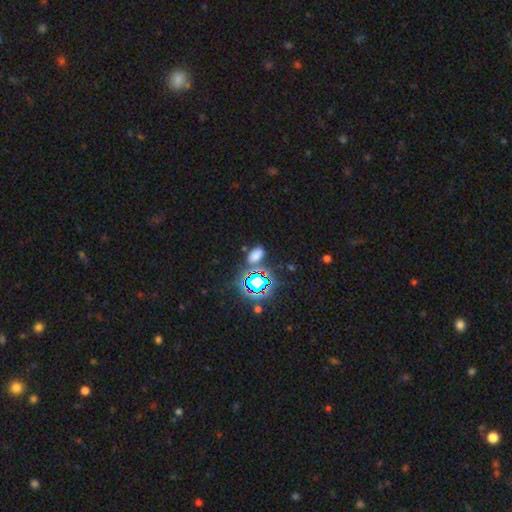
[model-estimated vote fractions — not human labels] Overall: smooth (60%; star or artifact 34%). How rounded: in between (87%). Merging: none (74%).